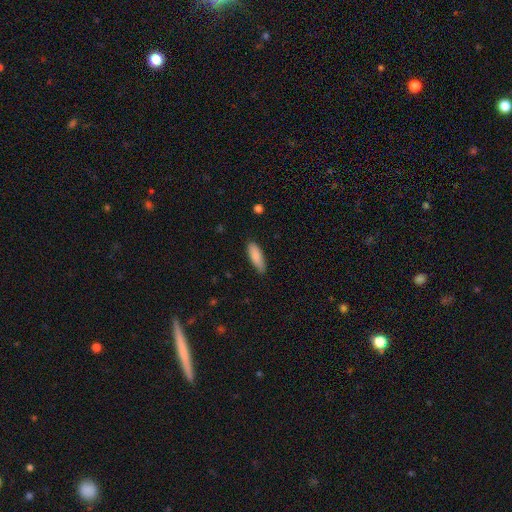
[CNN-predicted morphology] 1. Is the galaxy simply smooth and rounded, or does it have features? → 87% smooth, 7% featured or disk, 6% star or artifact.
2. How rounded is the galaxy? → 58% in between, 41% cigar-shaped, 2% round.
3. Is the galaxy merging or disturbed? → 79% none, 17% minor disturbance, 3% major disturbance, 1% merger.